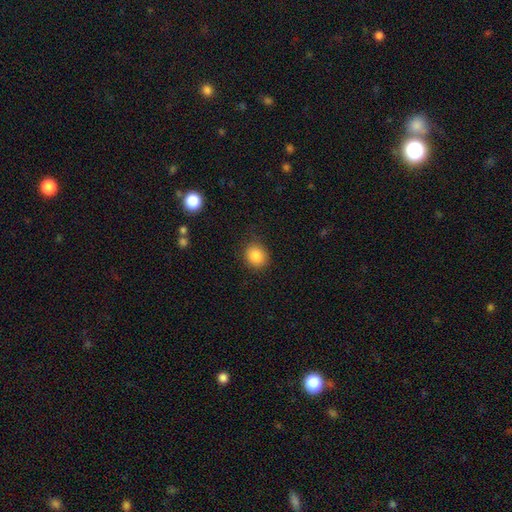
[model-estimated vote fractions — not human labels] Smooth or featured? smooth (86%)
How rounded? round (78%)
Merging? none (87%)